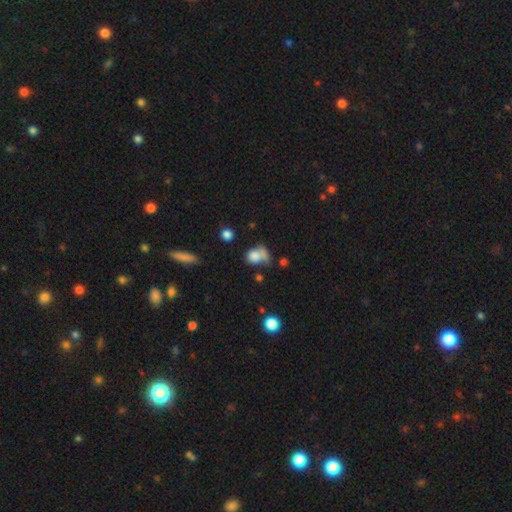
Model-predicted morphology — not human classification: smooth_or_featured: smooth (p=0.76) [alt: star or artifact p=0.12]
how_rounded: round (p=0.58) [alt: in between p=0.39]
merging: none (p=0.37) [alt: merger p=0.30]